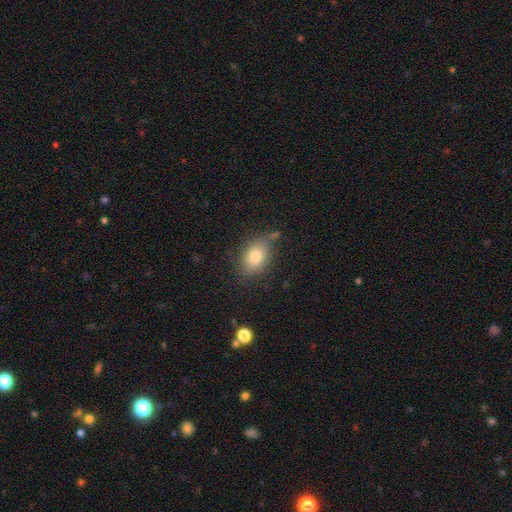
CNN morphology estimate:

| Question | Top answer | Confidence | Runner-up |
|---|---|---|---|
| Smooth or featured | smooth | 79% | featured or disk (12%) |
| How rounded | in between | 77% | round (21%) |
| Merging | none | 70% | minor disturbance (20%) |